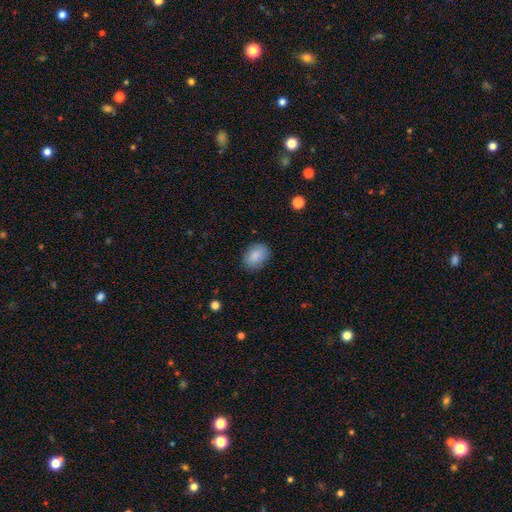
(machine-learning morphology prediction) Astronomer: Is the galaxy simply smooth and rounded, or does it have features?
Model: smooth — 86%.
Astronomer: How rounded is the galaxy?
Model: in between — 73%.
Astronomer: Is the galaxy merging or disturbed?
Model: none — 83%.